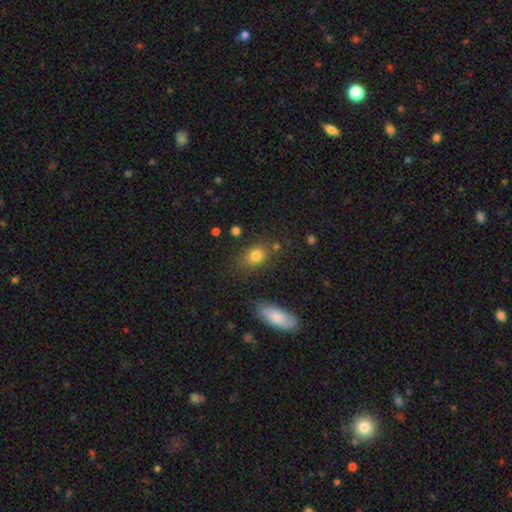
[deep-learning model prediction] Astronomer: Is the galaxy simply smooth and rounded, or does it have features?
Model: smooth — 80%.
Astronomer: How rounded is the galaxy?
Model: in between — 62%.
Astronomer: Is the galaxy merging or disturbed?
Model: none — 73%.